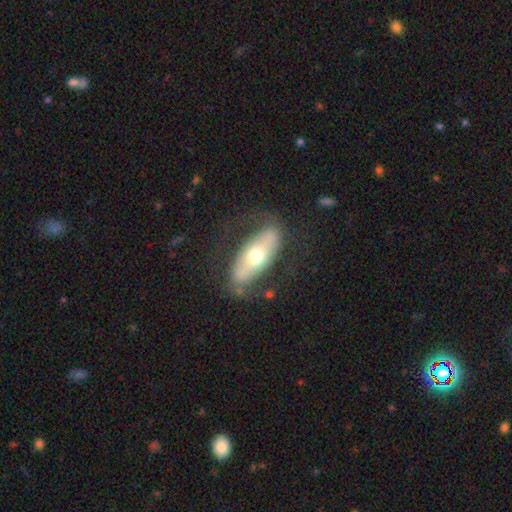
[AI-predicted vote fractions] A featured or disk galaxy (54%). Merging: none (71%).